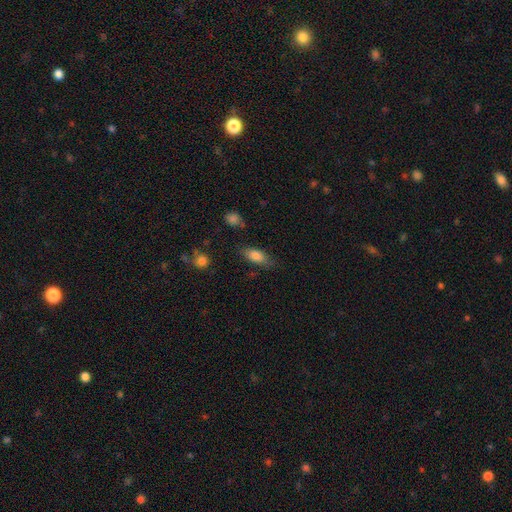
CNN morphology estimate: Overall: smooth (82%). How rounded: in between (83%). Merging: none (72%).